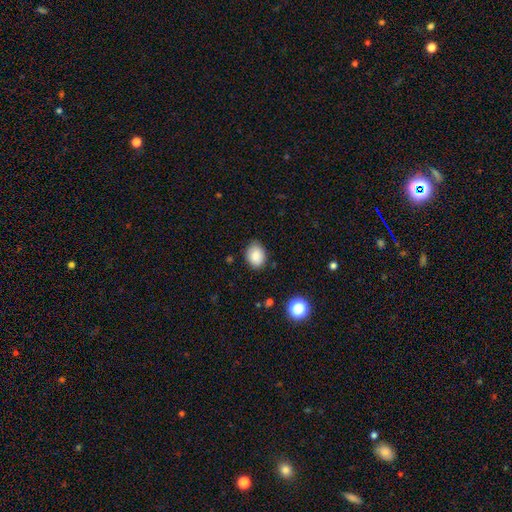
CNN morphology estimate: Smooth or featured? Predicted: smooth (p=0.85). How rounded? Predicted: in between (p=0.63). Merging? Predicted: none (p=0.80).